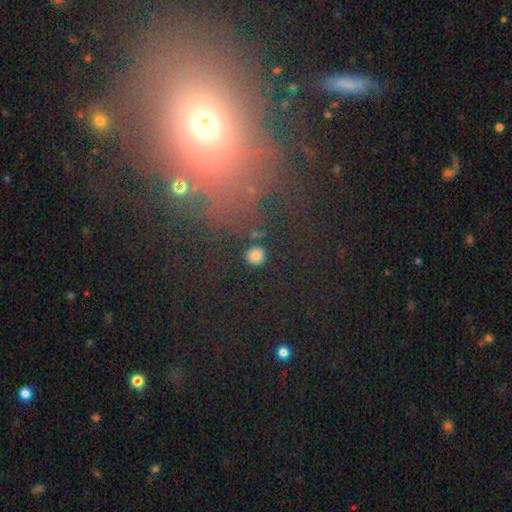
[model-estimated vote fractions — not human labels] Morphology: type=smooth (80%); roundness=round (93%); merging=none (87%).